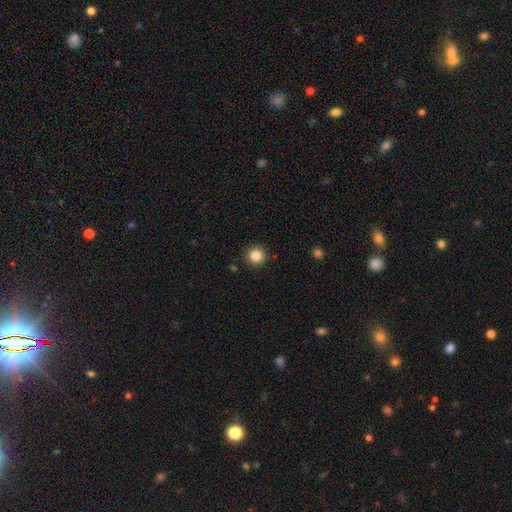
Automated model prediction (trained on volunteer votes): Smooth or featured? smooth (85%)
How rounded? round (95%)
Merging? none (90%)